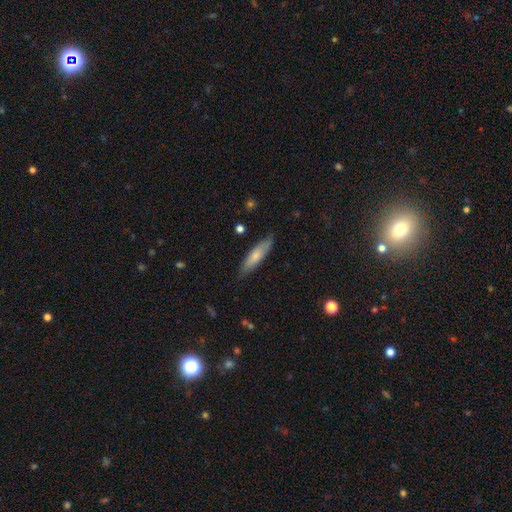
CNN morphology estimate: Smooth or featured? smooth (70%)
How rounded? cigar-shaped (72%)
Merging? none (83%)